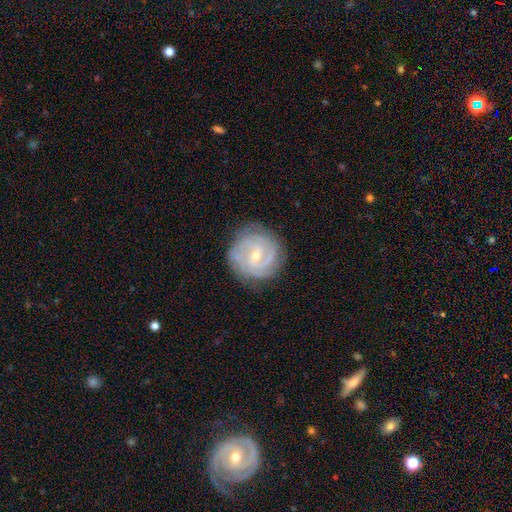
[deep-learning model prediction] Smooth or featured? Predicted: featured or disk (p=0.84). Edge-on disk? Predicted: no (p=0.98). Bar? Predicted: no (p=0.45). Spiral arms? Predicted: yes (p=0.96). Spiral winding? Predicted: tight (p=0.68). Spiral arm count? Predicted: 2 (p=0.32). Bulge size? Predicted: small (p=0.66). Merging? Predicted: none (p=0.82).